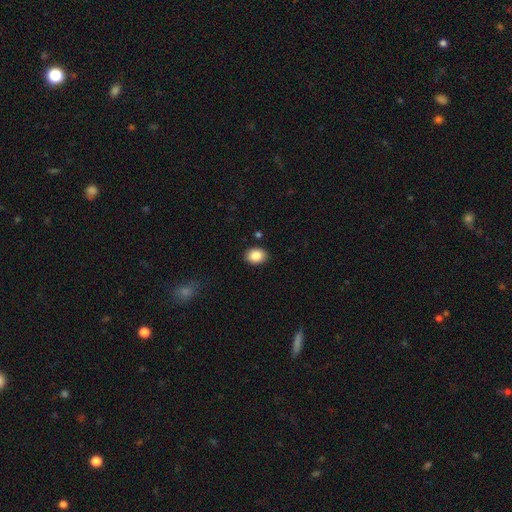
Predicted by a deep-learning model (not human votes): A smooth galaxy with no disk features (87%) that is in between round and cigar-shaped (62%). Merging: none (89%).